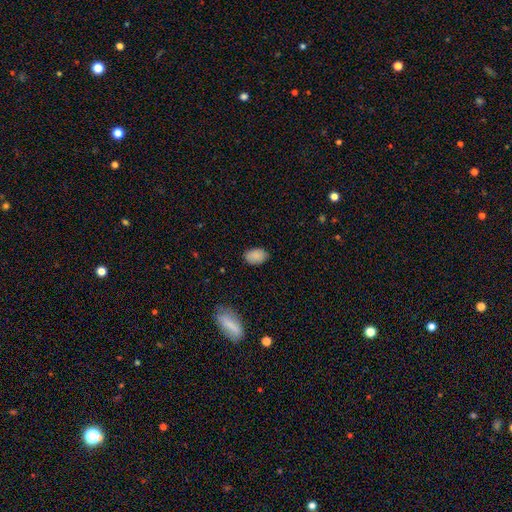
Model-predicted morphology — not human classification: Q: Smooth or featured?
A: smooth (86%); runner-up: star or artifact (8%)
Q: How rounded?
A: in between (86%); runner-up: round (13%)
Q: Merging?
A: none (82%); runner-up: minor disturbance (14%)